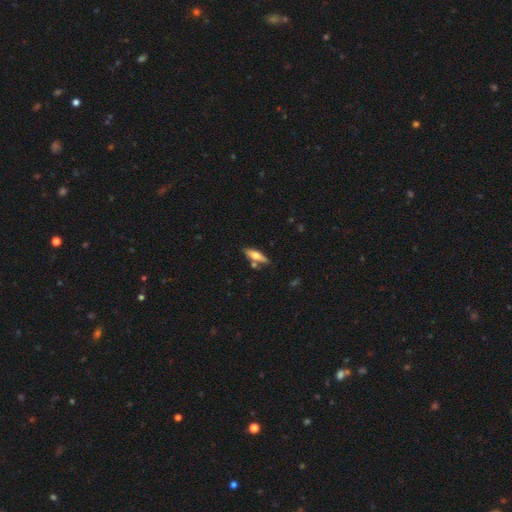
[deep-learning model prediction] smooth-or-featured: smooth: 53% | featured or disk: 40% | star or artifact: 6%
  how-rounded: cigar-shaped: 55% | in between: 42% | round: 3%
  merging: none: 73% | minor disturbance: 13% | merger: 11% | major disturbance: 3%